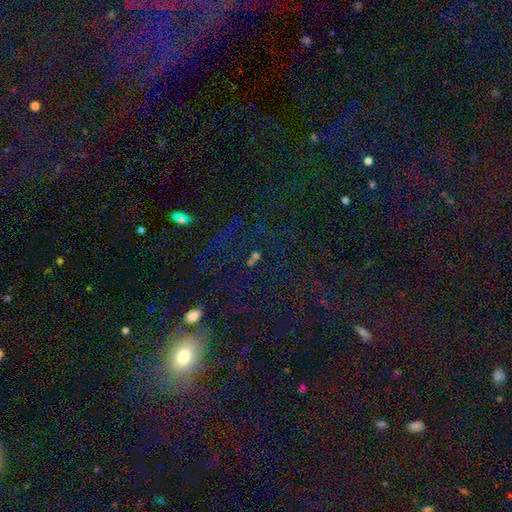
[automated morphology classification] A star or artifact, not a galaxy (59%).

Vote fractions:
- Smooth or featured? star or artifact: 59% / smooth: 28% / featured or disk: 13%